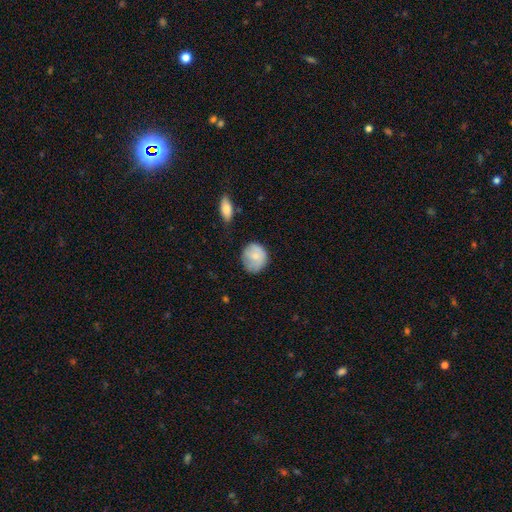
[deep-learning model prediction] smooth 76%, featured or disk 17%, star or artifact 7%. Down the decision tree: how rounded — round (73%); merging — none (61%).